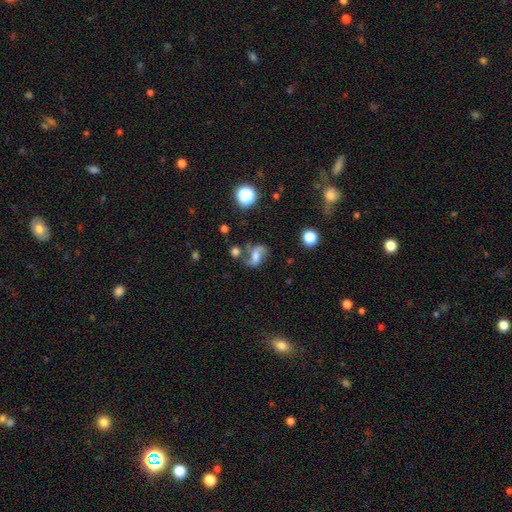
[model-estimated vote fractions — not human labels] featured or disk 59%, smooth 27%, star or artifact 14%. Down the decision tree: edge-on disk — no (96%); bar — weak (43%); spiral arms — yes (88%); spiral arm count — 2 (88%); spiral winding — loose (63%); bulge size — moderate (41%); merging — none (51%).